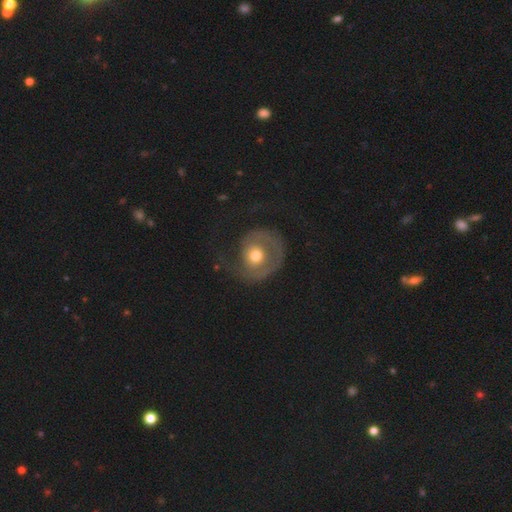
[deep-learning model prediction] Morphology: type=featured or disk (59%); edge-on=no (97%); bar=no (85%); spiral arms=yes (63%); bulge=moderate (70%); merging=none (41%).